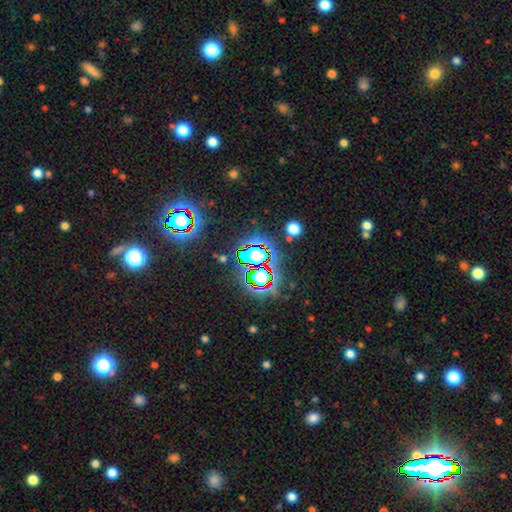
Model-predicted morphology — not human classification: This appears to be a star or artifact, not a galaxy (69%).